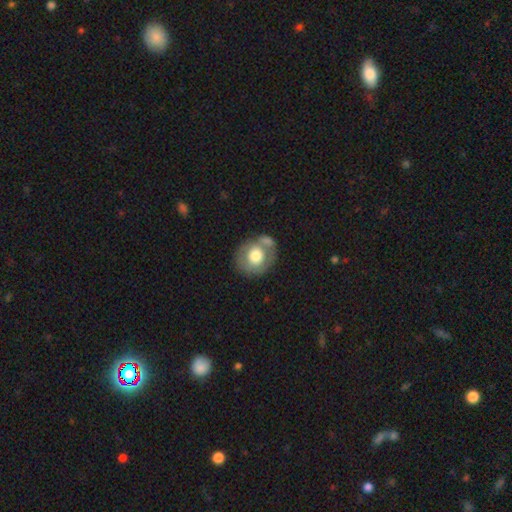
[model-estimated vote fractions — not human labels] Smooth or featured? Predicted: smooth (p=0.63). How rounded? Predicted: round (p=0.75). Merging? Predicted: none (p=0.55).